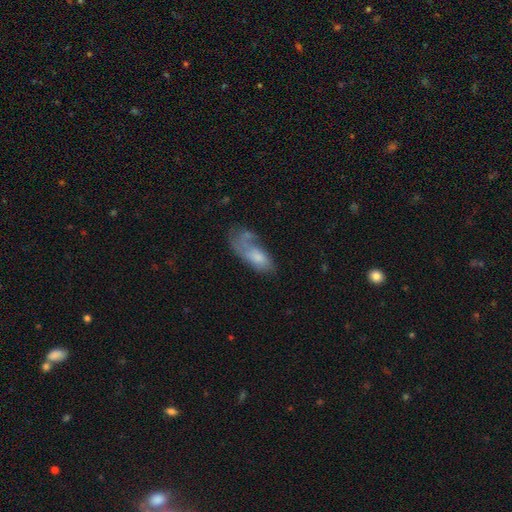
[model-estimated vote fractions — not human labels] A smooth galaxy with no disk features (60%) that is in between round and cigar-shaped (81%). Merging: major disturbance (34%).